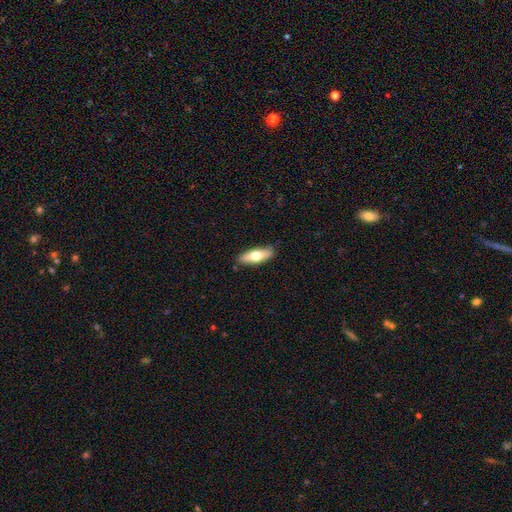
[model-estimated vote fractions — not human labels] A smooth galaxy with no disk features (61%) that is in between round and cigar-shaped (60%).

Vote fractions:
- Smooth or featured? smooth: 61% / featured or disk: 33% / star or artifact: 5%
- How rounded? in between: 60% / cigar-shaped: 37% / round: 3%
- Merging? none: 86% / minor disturbance: 11% / major disturbance: 2% / merger: 1%